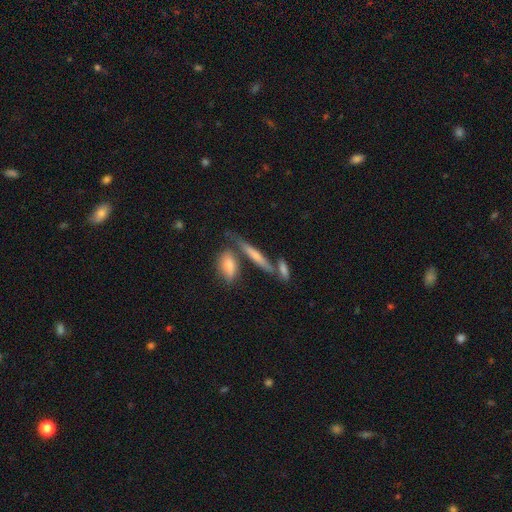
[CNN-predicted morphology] A smooth galaxy with no disk features (60%) that is cigar-shaped (81%).

Vote fractions:
- Smooth or featured? smooth: 60% / featured or disk: 33% / star or artifact: 8%
- How rounded? cigar-shaped: 81% / in between: 16% / round: 3%
- Merging? none: 62% / merger: 19% / minor disturbance: 14% / major disturbance: 5%